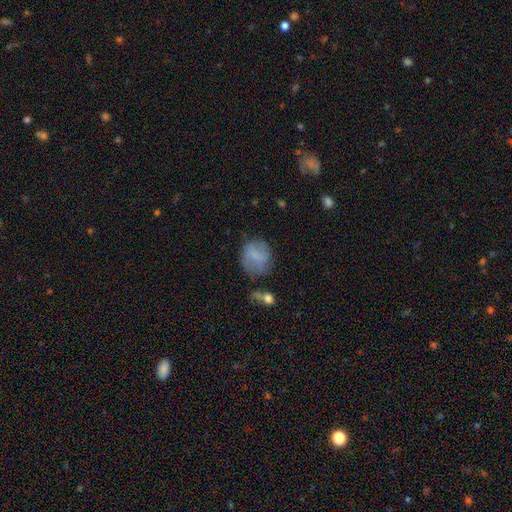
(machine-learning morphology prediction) A smooth galaxy with no disk features (65%) that is round (63%). Merging: none (61%).